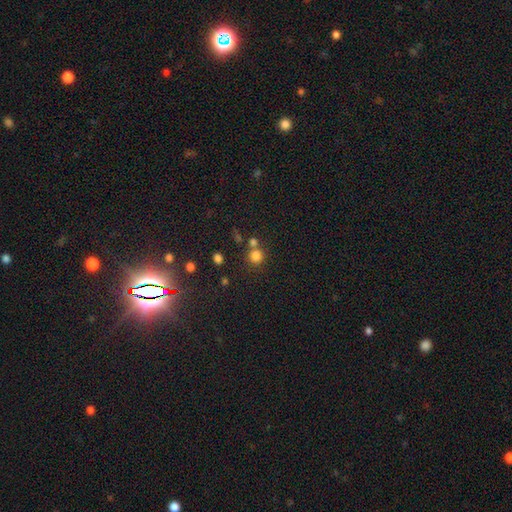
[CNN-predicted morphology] The model was most divided on "merging": none: 64%, merger: 24%, minor disturbance: 9%, major disturbance: 4%. More confident: how rounded — round (91%); smooth or featured — smooth (80%).